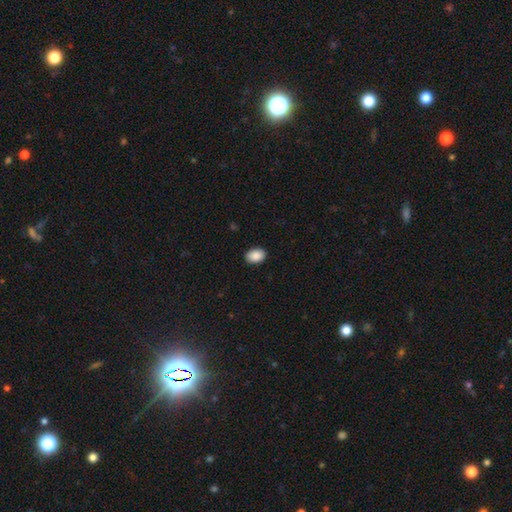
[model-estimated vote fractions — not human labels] A smooth galaxy with no disk features (89%) that is in between round and cigar-shaped (81%). Merging: none (89%).